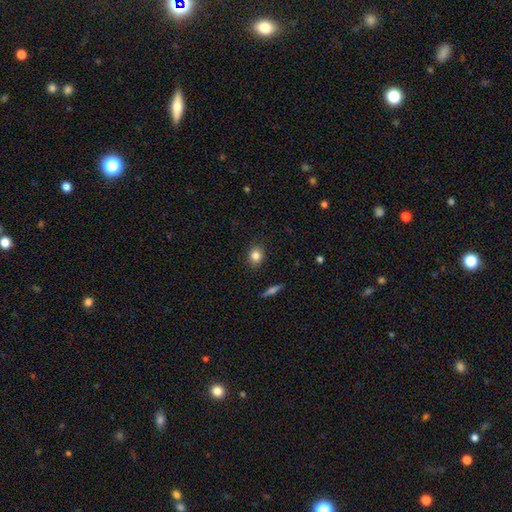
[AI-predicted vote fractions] smooth-or-featured: smooth: 82% | star or artifact: 10% | featured or disk: 7%
  how-rounded: round: 70% | in between: 28% | cigar-shaped: 2%
  merging: none: 89% | minor disturbance: 8% | major disturbance: 2% | merger: 1%